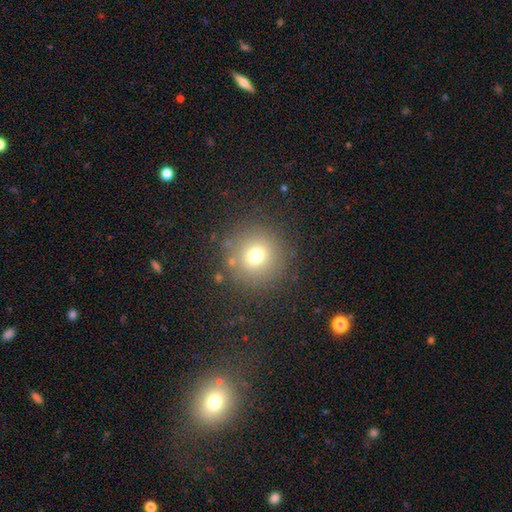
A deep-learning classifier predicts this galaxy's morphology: smooth-or-featured: smooth: 71% | star or artifact: 17% | featured or disk: 12%
  how-rounded: round: 95% | in between: 4% | cigar-shaped: 1%
  merging: none: 86% | minor disturbance: 8% | major disturbance: 5% | merger: 2%